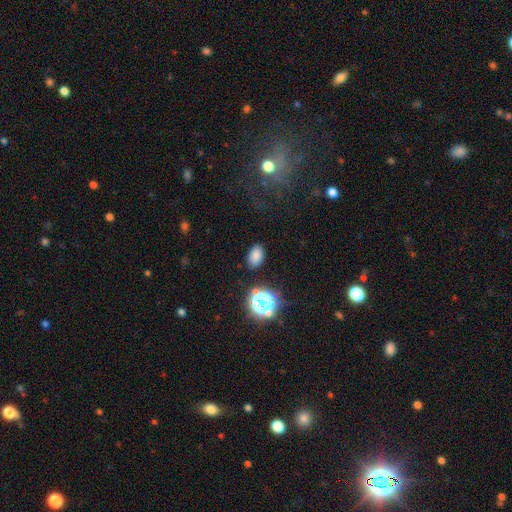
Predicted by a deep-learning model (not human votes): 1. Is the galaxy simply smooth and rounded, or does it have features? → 76% smooth, 18% star or artifact, 6% featured or disk.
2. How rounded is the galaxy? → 84% in between, 15% round, 1% cigar-shaped.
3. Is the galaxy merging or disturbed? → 83% none, 11% minor disturbance, 3% major disturbance, 2% merger.